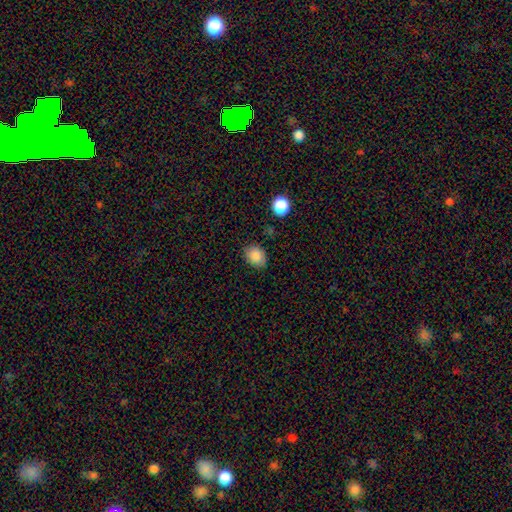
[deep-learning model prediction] Q: Smooth or featured?
A: smooth (86%); runner-up: star or artifact (9%)
Q: How rounded?
A: in between (59%); runner-up: round (40%)
Q: Merging?
A: none (81%); runner-up: minor disturbance (14%)